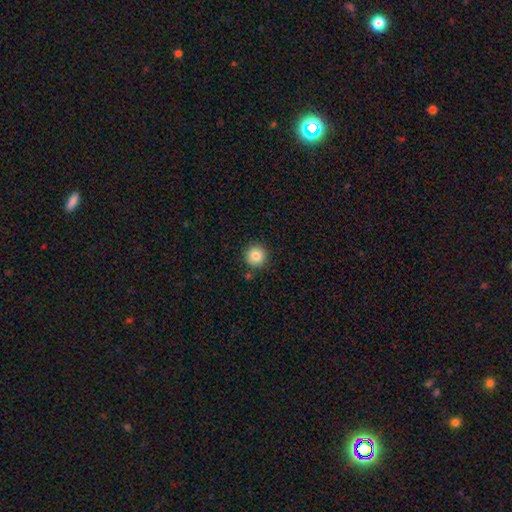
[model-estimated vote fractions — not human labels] smooth-or-featured: smooth: 83% | star or artifact: 10% | featured or disk: 7%
  how-rounded: round: 96% | in between: 4% | cigar-shaped: 1%
  merging: none: 89% | minor disturbance: 7% | merger: 3% | major disturbance: 2%